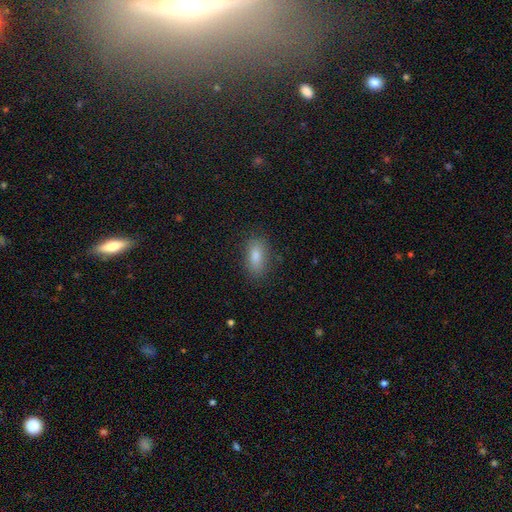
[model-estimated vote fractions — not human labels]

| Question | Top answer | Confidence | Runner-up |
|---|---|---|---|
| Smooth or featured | smooth | 82% | star or artifact (10%) |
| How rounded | in between | 86% | cigar-shaped (8%) |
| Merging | none | 84% | minor disturbance (11%) |